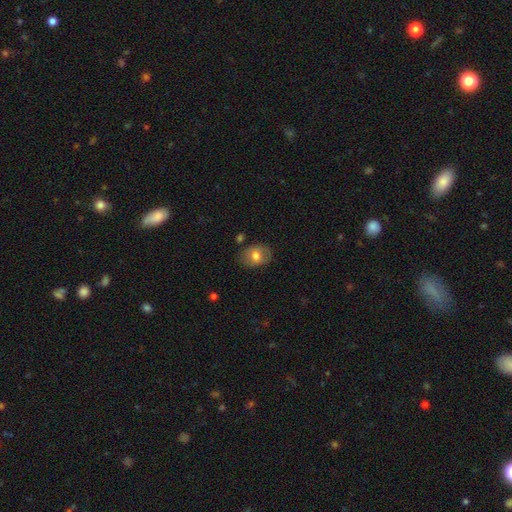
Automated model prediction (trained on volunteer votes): smooth_or_featured: smooth (p=0.69) [alt: featured or disk p=0.24]
how_rounded: in between (p=0.65) [alt: round p=0.34]
merging: none (p=0.79) [alt: minor disturbance p=0.15]